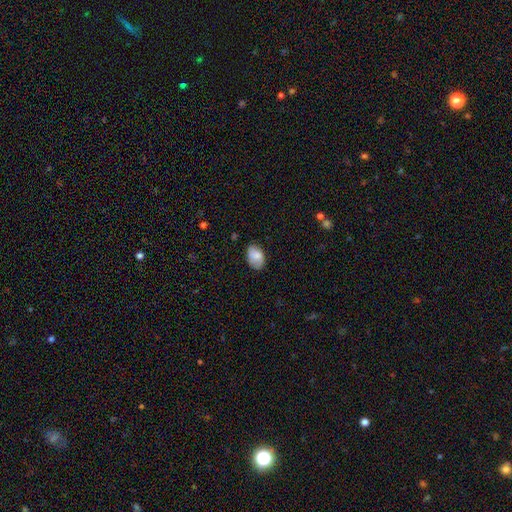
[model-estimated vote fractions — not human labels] A smooth galaxy with no disk features (78%) that is in between round and cigar-shaped (88%). Merging: none (73%).